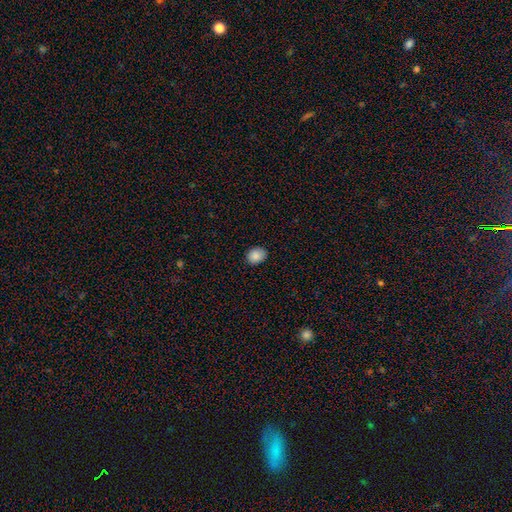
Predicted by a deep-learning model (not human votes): Smooth or featured?
  - smooth: 88% *
  - star or artifact: 9%
  - featured or disk: 3%
How rounded?
  - round: 55% *
  - in between: 44%
  - cigar-shaped: 1%
Merging?
  - none: 84% *
  - minor disturbance: 13%
  - major disturbance: 2%
  - merger: 1%